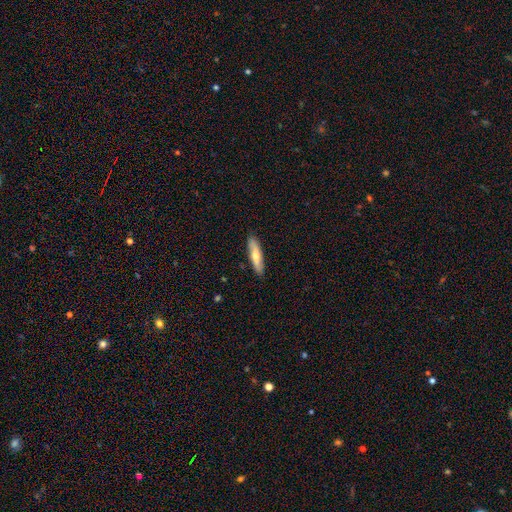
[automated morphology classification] A smooth galaxy with no disk features (60%) that is cigar-shaped (74%).

Vote fractions:
- Smooth or featured? smooth: 60% / featured or disk: 34% / star or artifact: 5%
- How rounded? cigar-shaped: 74% / in between: 24% / round: 2%
- Merging? none: 88% / minor disturbance: 9% / major disturbance: 2% / merger: 1%